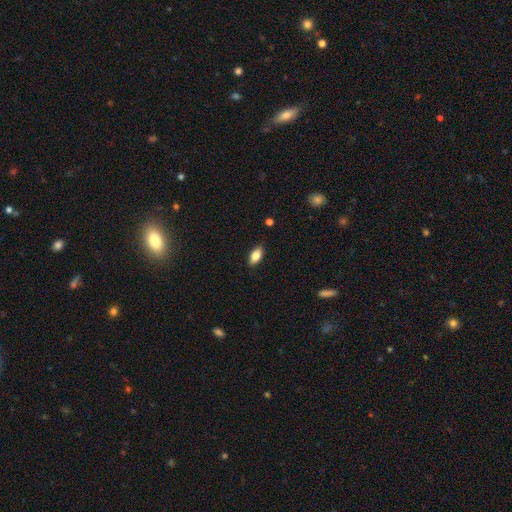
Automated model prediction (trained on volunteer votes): A smooth galaxy with no disk features (80%) that is in between round and cigar-shaped (89%).

Vote fractions:
- Smooth or featured? smooth: 80% / featured or disk: 13% / star or artifact: 7%
- How rounded? in between: 89% / cigar-shaped: 8% / round: 4%
- Merging? none: 87% / minor disturbance: 9% / major disturbance: 2% / merger: 1%